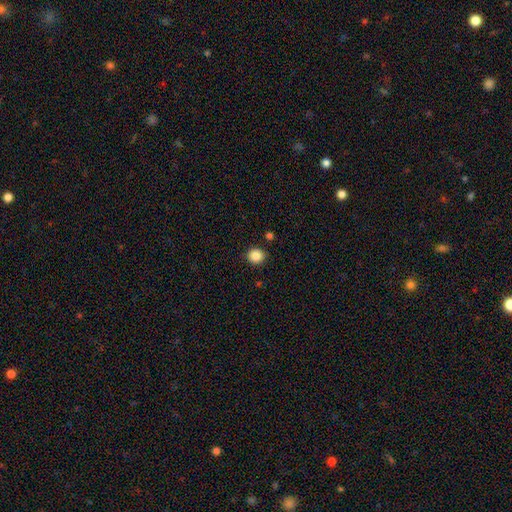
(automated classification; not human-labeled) smooth-or-featured: smooth: 87% | star or artifact: 10% | featured or disk: 3%
  how-rounded: round: 88% | in between: 11% | cigar-shaped: 1%
  merging: none: 90% | minor disturbance: 6% | merger: 2% | major disturbance: 2%